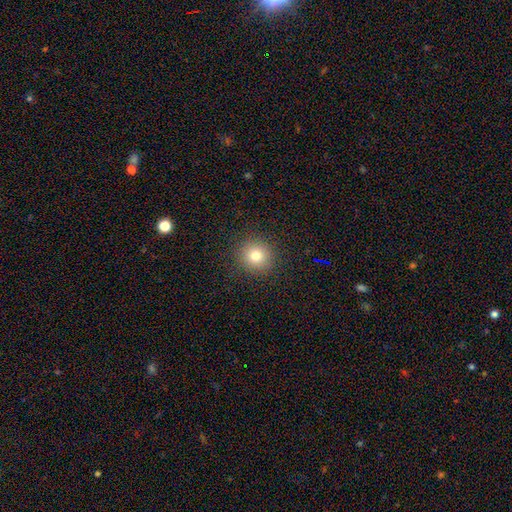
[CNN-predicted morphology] Overall: smooth (79%). How rounded: round (93%). Merging: none (91%).